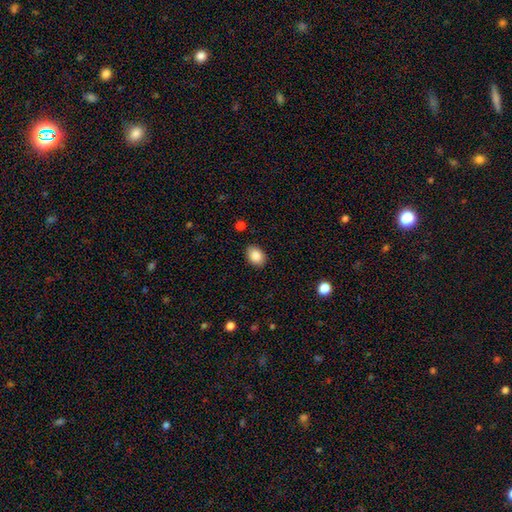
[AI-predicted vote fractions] This appears to be a smooth galaxy with no disk features (87%) that is in between round and cigar-shaped (73%). Merging: none (87%).